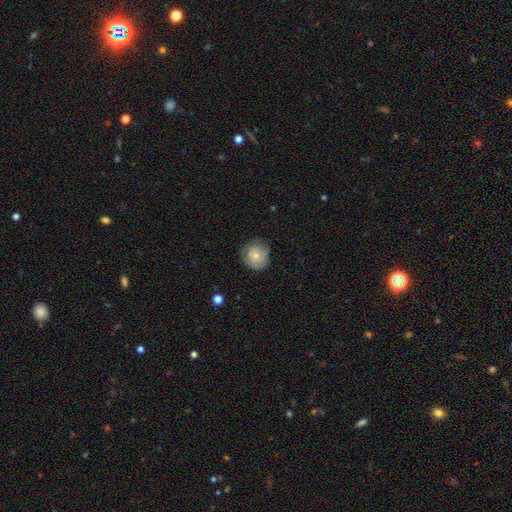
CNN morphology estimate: Smooth or featured?
  - smooth: 65% *
  - featured or disk: 27%
  - star or artifact: 8%
How rounded?
  - round: 84% *
  - in between: 15%
  - cigar-shaped: 1%
Merging?
  - none: 65% *
  - minor disturbance: 26%
  - major disturbance: 8%
  - merger: 1%